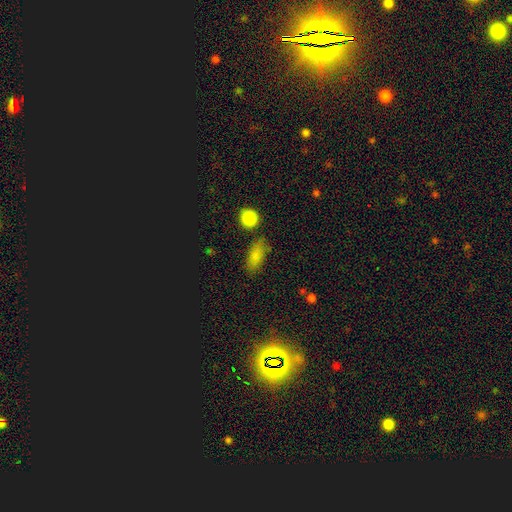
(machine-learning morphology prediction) smooth 81%, star or artifact 11%, featured or disk 8%. Down the decision tree: how rounded — in between (79%); merging — none (74%).